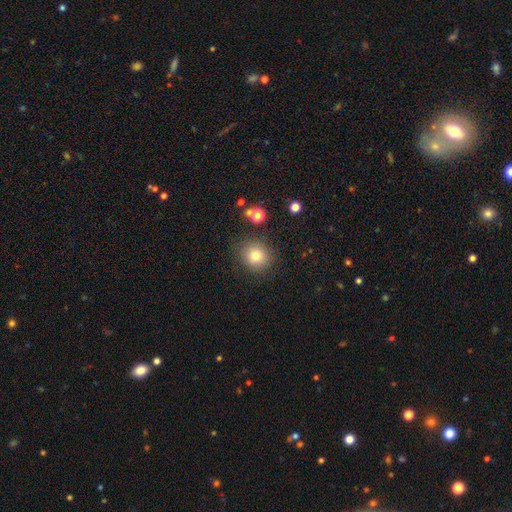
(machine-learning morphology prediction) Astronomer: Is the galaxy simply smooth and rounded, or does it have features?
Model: smooth — 78%.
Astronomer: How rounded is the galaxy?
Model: round — 85%.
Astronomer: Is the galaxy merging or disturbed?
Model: none — 85%.